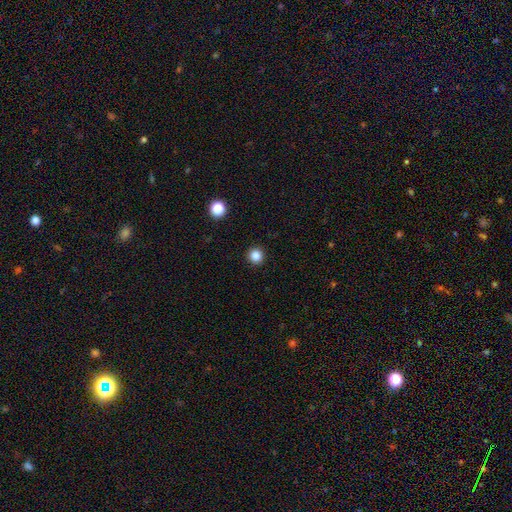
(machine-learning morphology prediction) A smooth galaxy with no disk features (84%) that is round (95%). Merging: none (93%).